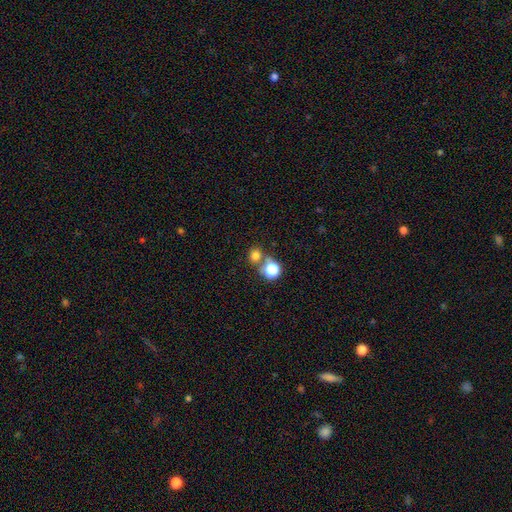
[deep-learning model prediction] Overall: smooth (73%). How rounded: round (81%). Merging: none (57%; merger 32%).